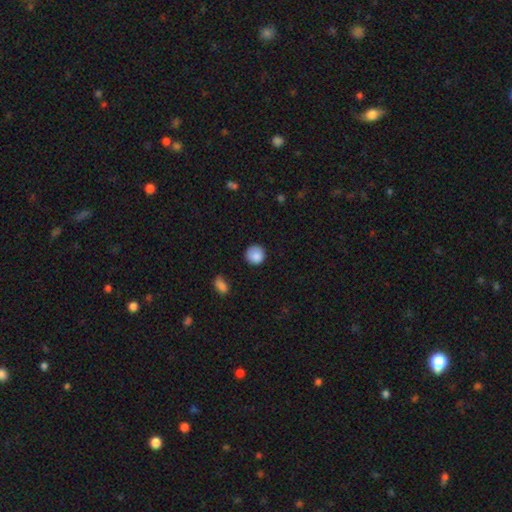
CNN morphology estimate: A smooth galaxy with no disk features (87%) that is round (92%). Merging: none (84%).